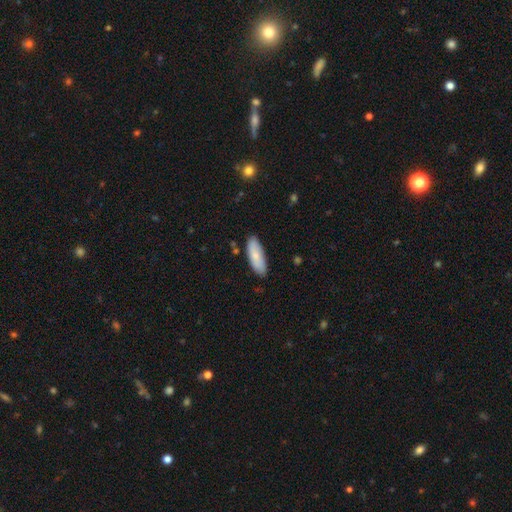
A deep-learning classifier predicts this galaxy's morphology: Smooth or featured: smooth — 82% (featured or disk — 12%)
How rounded: in between — 63% (cigar-shaped — 35%)
Merging: none — 85% (minor disturbance — 12%)